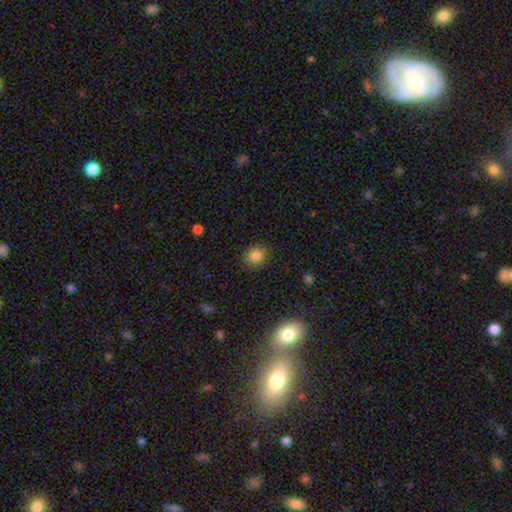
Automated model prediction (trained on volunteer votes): Q: Smooth or featured?
A: smooth (83%); runner-up: star or artifact (12%)
Q: How rounded?
A: round (65%); runner-up: in between (34%)
Q: Merging?
A: none (87%); runner-up: minor disturbance (9%)